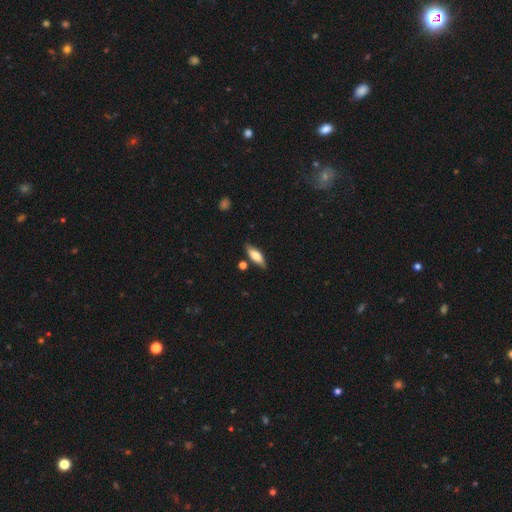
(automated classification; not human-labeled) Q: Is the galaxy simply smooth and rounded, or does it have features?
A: smooth — 70%.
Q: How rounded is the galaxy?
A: in between — 61%.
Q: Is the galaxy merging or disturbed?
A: none — 75%.